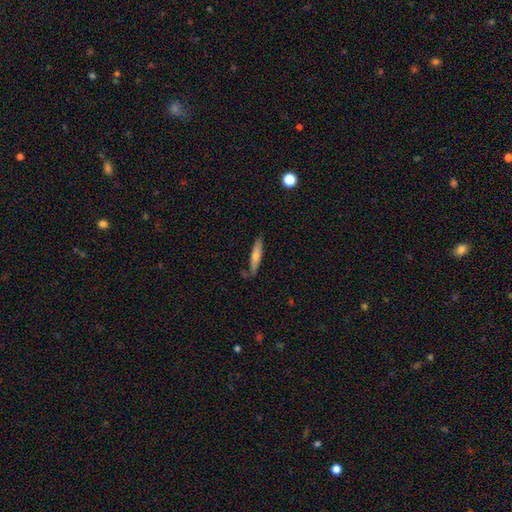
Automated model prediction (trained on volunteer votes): featured or disk 47%, smooth 46%, star or artifact 8%. Down the decision tree: merging — none (74%).